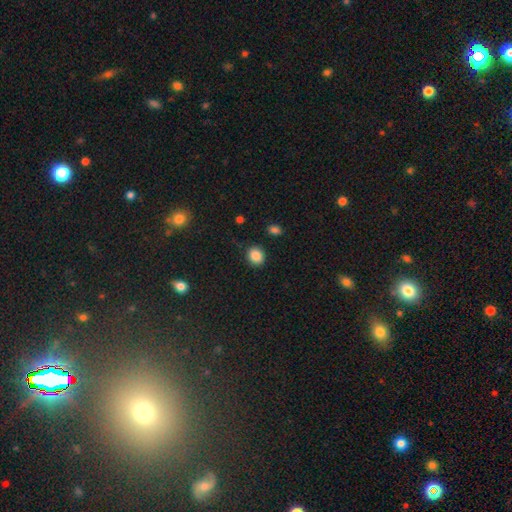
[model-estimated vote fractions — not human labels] A smooth galaxy with no disk features (87%) that is round (66%). Merging: none (86%).